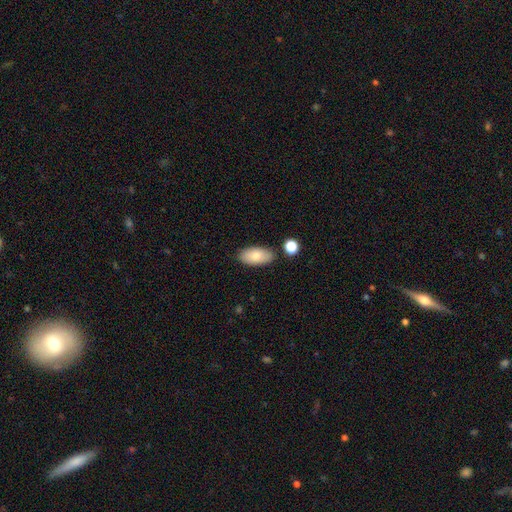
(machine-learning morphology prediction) smooth-or-featured: smooth: 81% | featured or disk: 12% | star or artifact: 7%
  how-rounded: in between: 94% | cigar-shaped: 4% | round: 3%
  merging: none: 82% | minor disturbance: 11% | merger: 4% | major disturbance: 3%